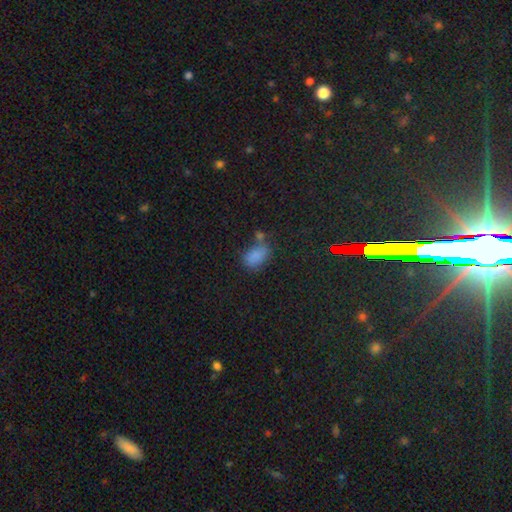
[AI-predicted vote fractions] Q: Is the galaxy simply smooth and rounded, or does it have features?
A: smooth — 77%.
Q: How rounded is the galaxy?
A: in between — 87%.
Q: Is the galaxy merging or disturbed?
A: none — 49%.